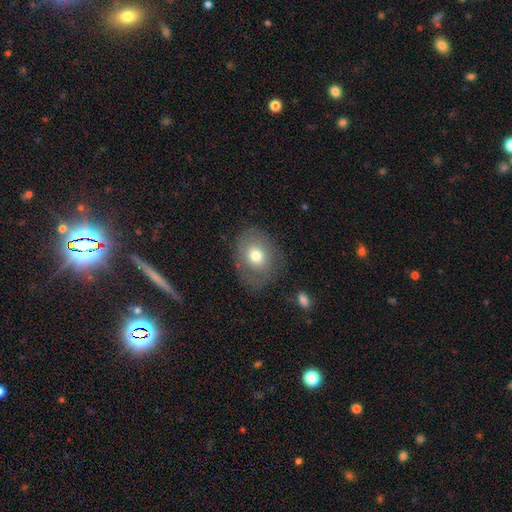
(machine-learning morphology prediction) This appears to be a smooth galaxy with no disk features (70%) that is in between round and cigar-shaped (53%). Merging: none (73%).